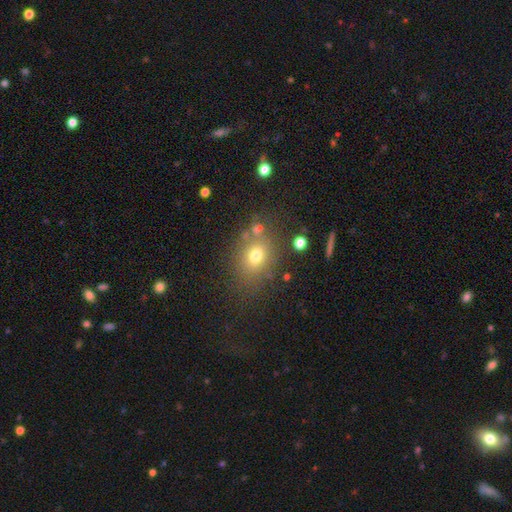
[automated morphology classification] This appears to be a smooth galaxy with no disk features (71%) that is in between round and cigar-shaped (51%). Merging: none (73%).